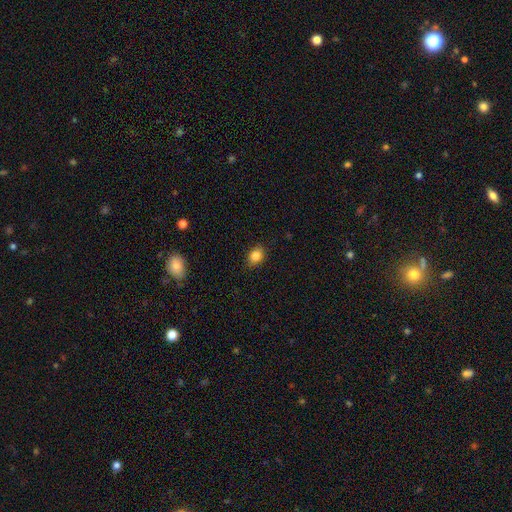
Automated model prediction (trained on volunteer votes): smooth-or-featured: smooth: 84% | star or artifact: 10% | featured or disk: 6%
  how-rounded: in between: 59% | round: 40% | cigar-shaped: 1%
  merging: none: 85% | minor disturbance: 11% | major disturbance: 2% | merger: 1%